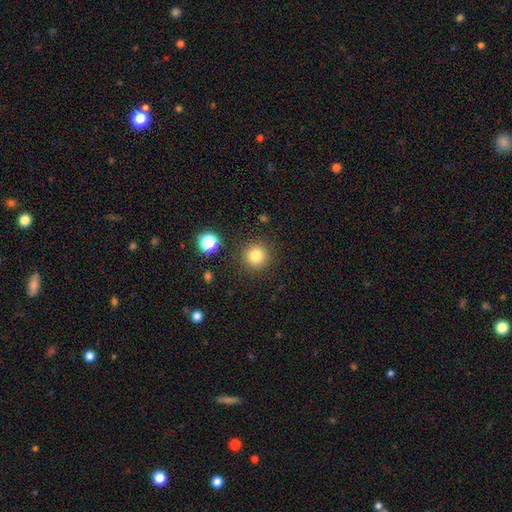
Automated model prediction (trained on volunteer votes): A smooth galaxy with no disk features (81%) that is round (94%). Merging: none (89%).